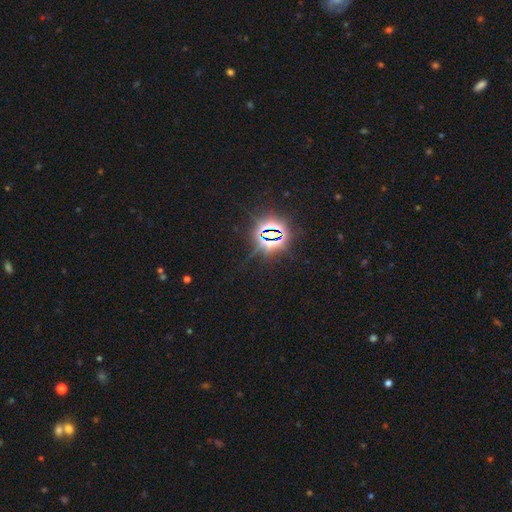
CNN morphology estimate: Smooth or featured?
  - star or artifact: 84% *
  - smooth: 10%
  - featured or disk: 6%